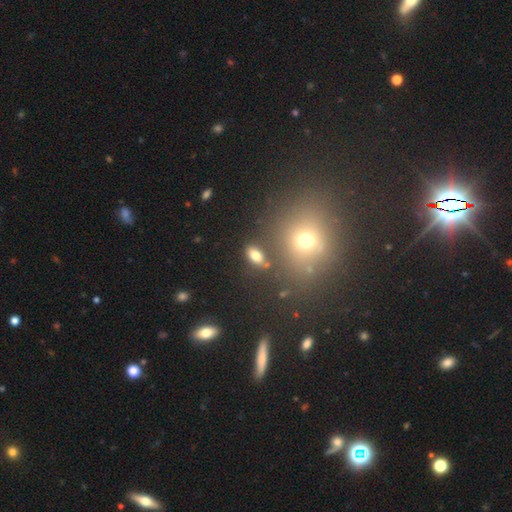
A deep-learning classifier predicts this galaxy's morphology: This appears to be a smooth galaxy with no disk features (77%) that is in between round and cigar-shaped (84%). Merging: none (78%).